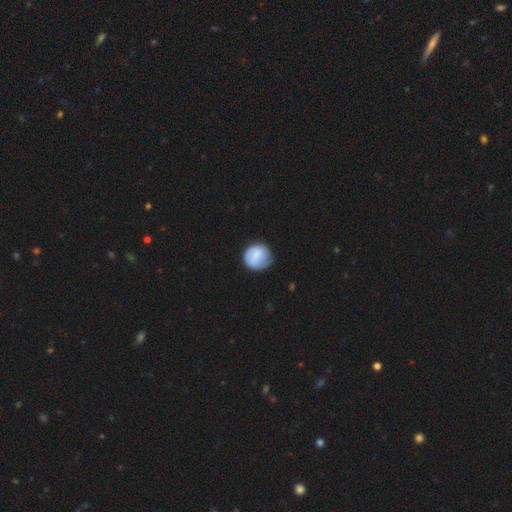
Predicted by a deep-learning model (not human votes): smooth-or-featured: smooth: 71% | featured or disk: 23% | star or artifact: 6%
  how-rounded: round: 89% | in between: 10% | cigar-shaped: 1%
  merging: none: 72% | minor disturbance: 21% | major disturbance: 6% | merger: 1%